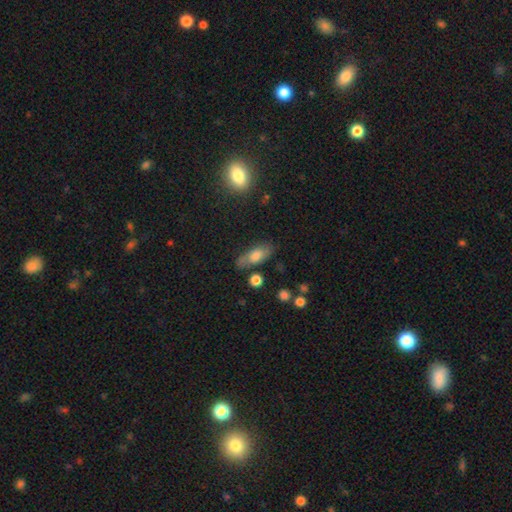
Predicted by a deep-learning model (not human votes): smooth-or-featured: smooth: 65% | featured or disk: 25% | star or artifact: 9%
  how-rounded: in between: 75% | cigar-shaped: 20% | round: 5%
  merging: none: 68% | minor disturbance: 20% | major disturbance: 7% | merger: 6%